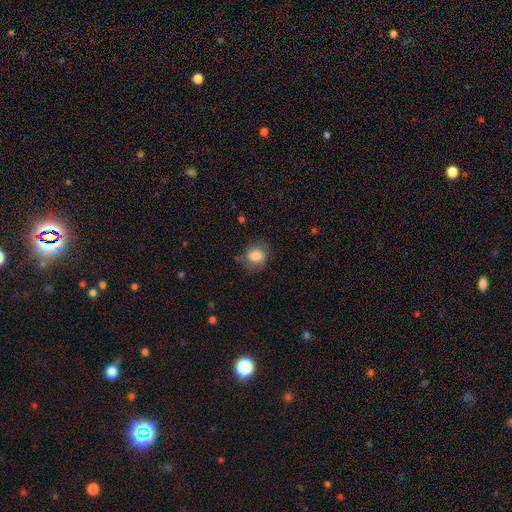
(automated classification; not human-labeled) This is likely a smooth galaxy (75%). How rounded: likely round (69%). Merging: likely none (65%).